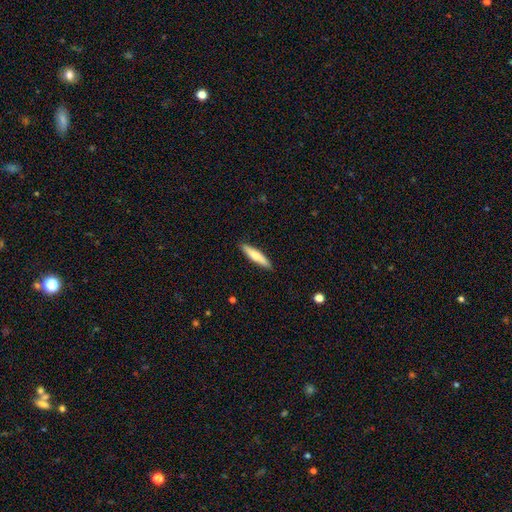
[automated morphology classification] A smooth galaxy with no disk features (65%) that is cigar-shaped (85%).

Vote fractions:
- Smooth or featured? smooth: 65% / featured or disk: 30% / star or artifact: 5%
- How rounded? cigar-shaped: 85% / in between: 14% / round: 1%
- Merging? none: 90% / minor disturbance: 7% / major disturbance: 1% / merger: 1%